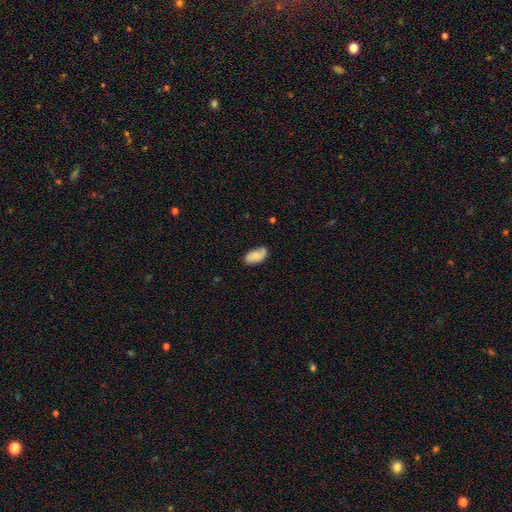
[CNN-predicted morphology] A smooth galaxy with no disk features (65%) that is in between round and cigar-shaped (94%). Merging: none (65%).